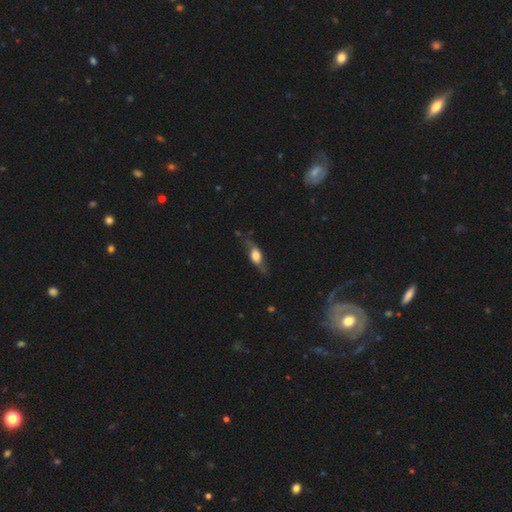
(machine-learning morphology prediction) A featured or disk galaxy (54%) viewed edge-on (65%). Merging: none (62%).